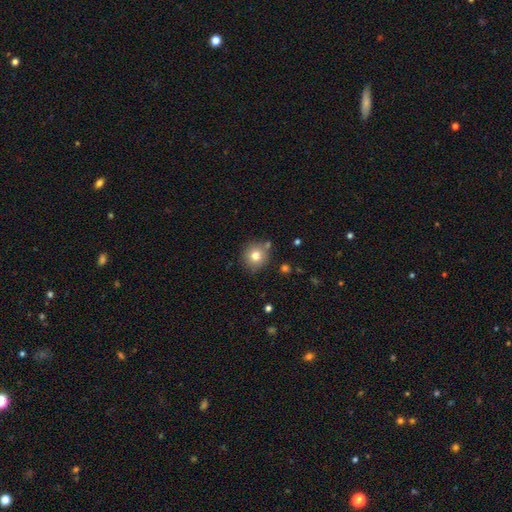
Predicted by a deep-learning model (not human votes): Morphology: type=smooth (77%); roundness=round (92%); merging=none (79%).